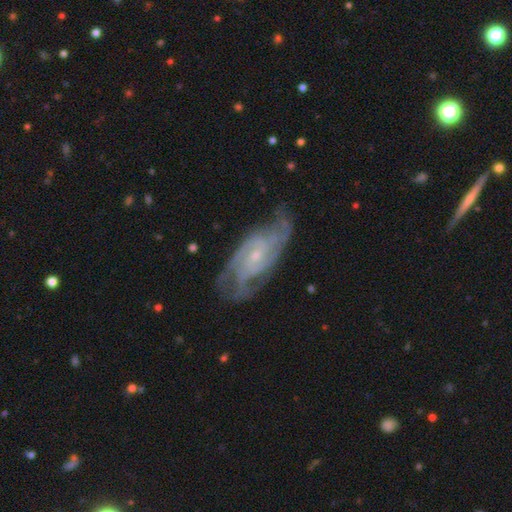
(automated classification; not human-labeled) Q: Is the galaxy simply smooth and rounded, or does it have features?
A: featured or disk — 88%.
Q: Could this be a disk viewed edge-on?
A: no — 94%.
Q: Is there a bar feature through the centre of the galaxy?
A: no — 60%.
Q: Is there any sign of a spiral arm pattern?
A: yes — 97%.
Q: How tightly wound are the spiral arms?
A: tight — 50%.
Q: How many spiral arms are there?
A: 2 — 31%.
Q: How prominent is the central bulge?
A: small — 73%.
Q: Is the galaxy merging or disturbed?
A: none — 69%.